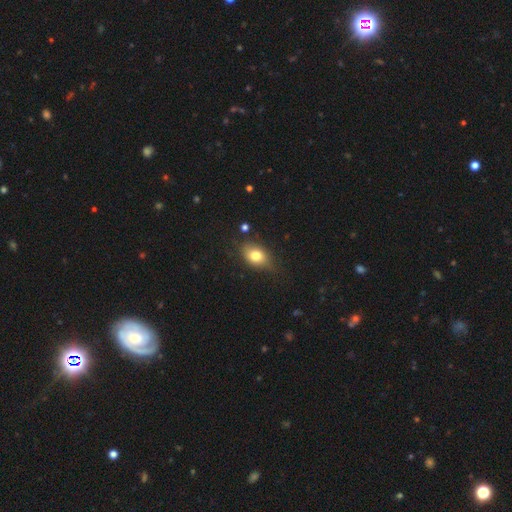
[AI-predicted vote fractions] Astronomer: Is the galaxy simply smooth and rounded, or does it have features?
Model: smooth — 76%.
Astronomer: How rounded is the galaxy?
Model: in between — 80%.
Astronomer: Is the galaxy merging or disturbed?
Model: none — 72%.